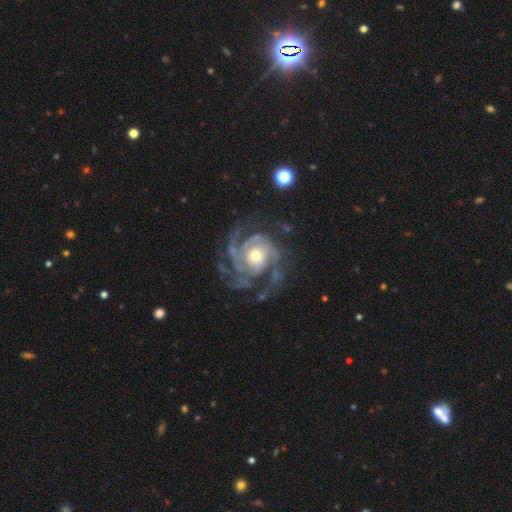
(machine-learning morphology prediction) Smooth or featured? Predicted: featured or disk (p=0.93). Edge-on disk? Predicted: no (p=0.98). Bar? Predicted: no (p=0.75). Spiral arms? Predicted: yes (p=0.98). Spiral winding? Predicted: tight (p=0.58). Spiral arm count? Predicted: 3 (p=0.37). Bulge size? Predicted: moderate (p=0.63). Merging? Predicted: none (p=0.68).